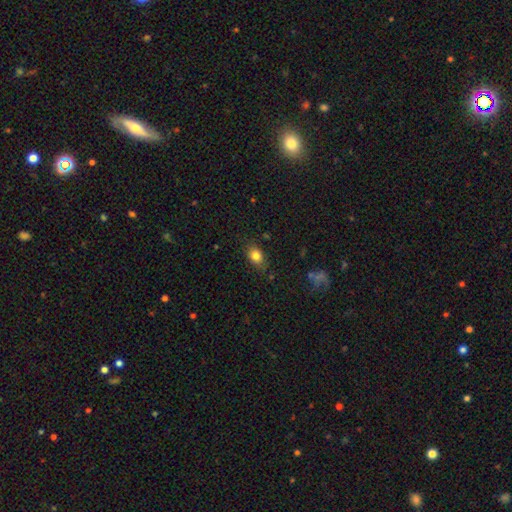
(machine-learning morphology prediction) Smooth or featured?
  - smooth: 82% *
  - star or artifact: 10%
  - featured or disk: 8%
How rounded?
  - in between: 69% *
  - round: 29%
  - cigar-shaped: 2%
Merging?
  - none: 79% *
  - minor disturbance: 16%
  - major disturbance: 4%
  - merger: 2%